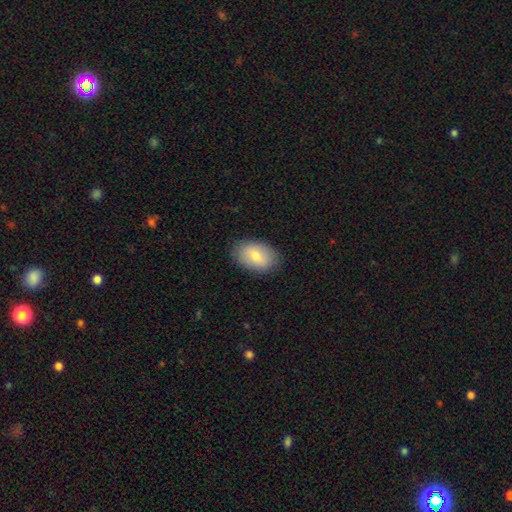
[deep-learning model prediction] Overall: smooth (78%). How rounded: in between (91%). Merging: none (87%).